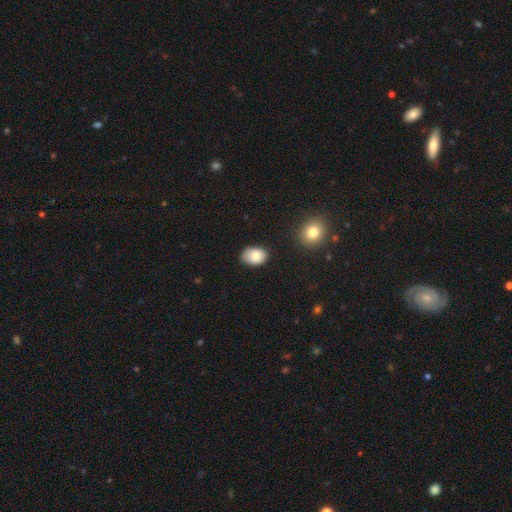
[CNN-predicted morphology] This appears to be a smooth galaxy with no disk features (78%) that is in between round and cigar-shaped (78%). Merging: none (81%).